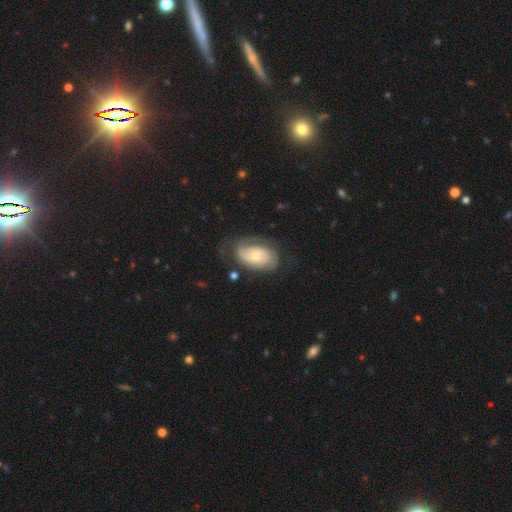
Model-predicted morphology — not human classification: Smooth or featured? featured or disk (72%)
Edge-on disk? no (96%)
Bar? no (75%)
Spiral arms? yes (85%)
Spiral winding? tight (55%)
Spiral arm count? 2 (52%)
Bulge size? moderate (50%)
Merging? none (64%)